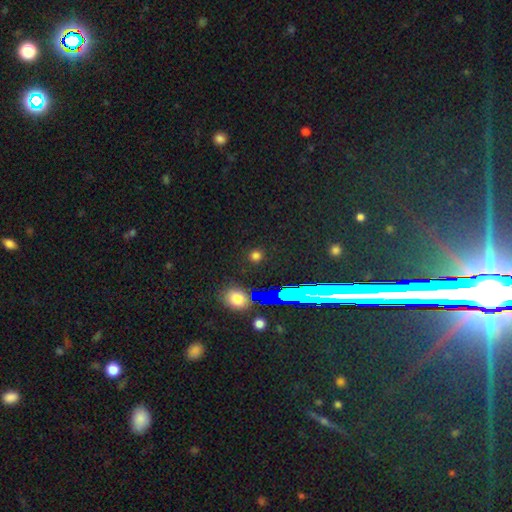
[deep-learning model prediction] Morphology: type=smooth (66%); roundness=round (90%); merging=none (90%).